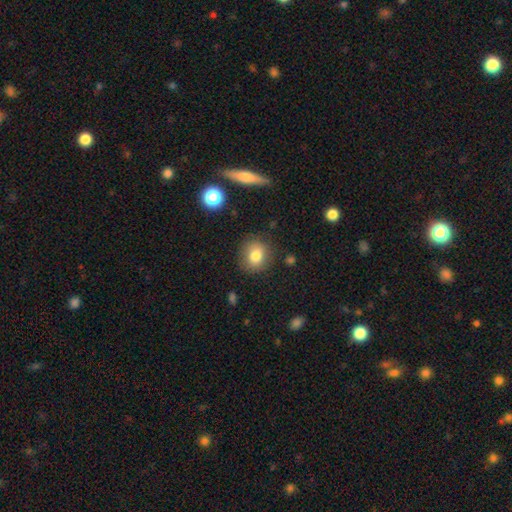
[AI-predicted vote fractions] Q: Smooth or featured?
A: smooth (80%); runner-up: star or artifact (11%)
Q: How rounded?
A: round (77%); runner-up: in between (22%)
Q: Merging?
A: none (83%); runner-up: minor disturbance (12%)